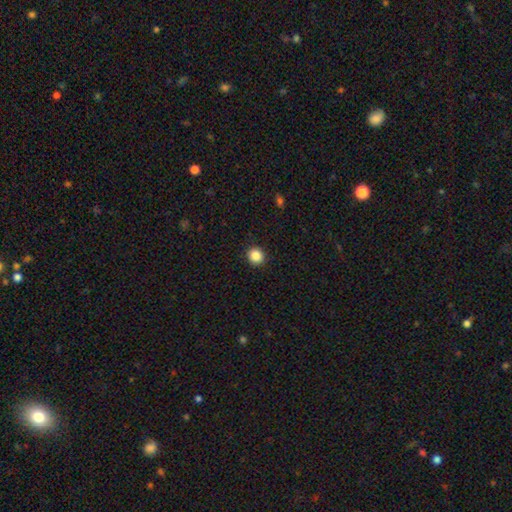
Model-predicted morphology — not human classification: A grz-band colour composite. It shows a smooth galaxy with no disk features (86%) that is round (91%). Merging: none (93%).